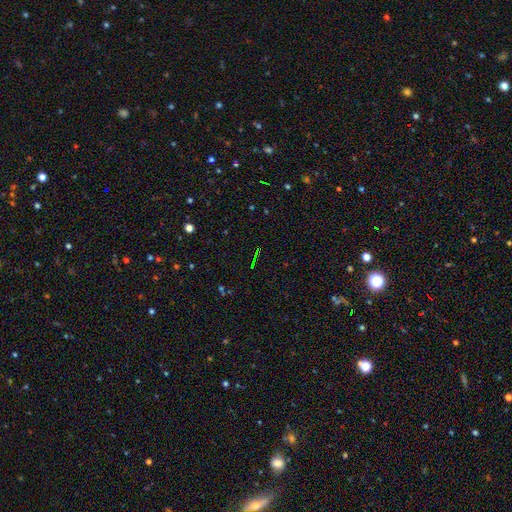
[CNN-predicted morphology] type=star or artifact (72%).